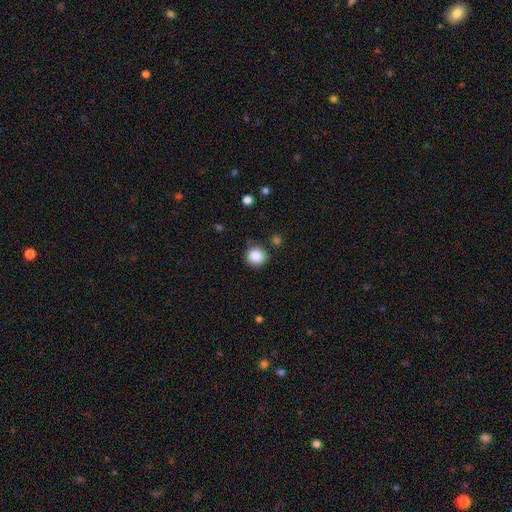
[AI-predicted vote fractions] A smooth galaxy with no disk features (86%) that is round (90%).

Vote fractions:
- Smooth or featured? smooth: 86% / star or artifact: 10% / featured or disk: 5%
- How rounded? round: 90% / in between: 10% / cigar-shaped: 1%
- Merging? none: 85% / minor disturbance: 10% / merger: 3% / major disturbance: 3%